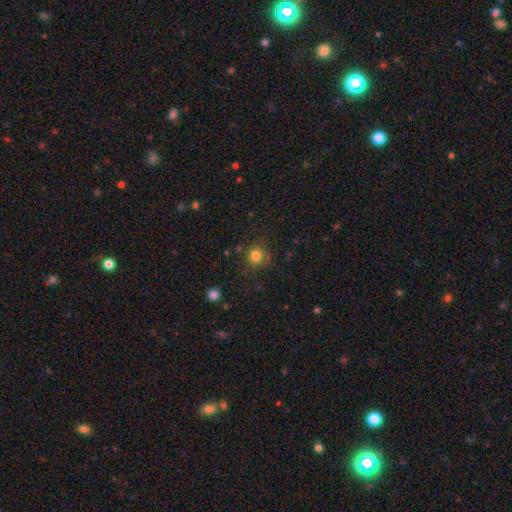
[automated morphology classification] smooth 81%, star or artifact 13%, featured or disk 6%. Down the decision tree: how rounded — round (90%); merging — none (79%).